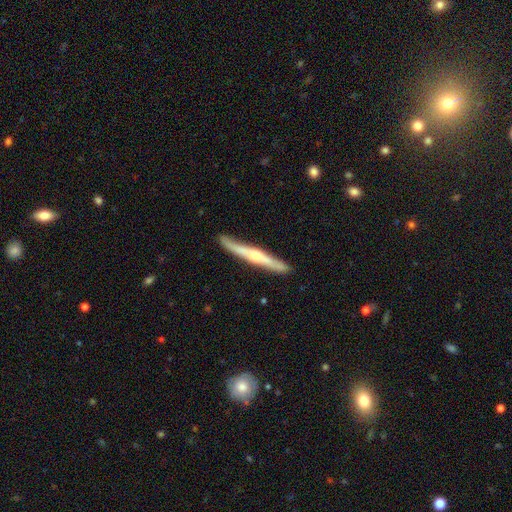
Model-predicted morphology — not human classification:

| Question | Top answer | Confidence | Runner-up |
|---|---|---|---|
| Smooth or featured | featured or disk | 68% | smooth (27%) |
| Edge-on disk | yes | 95% | no (5%) |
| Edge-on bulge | rounded | 78% | none (16%) |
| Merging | none | 85% | minor disturbance (12%) |